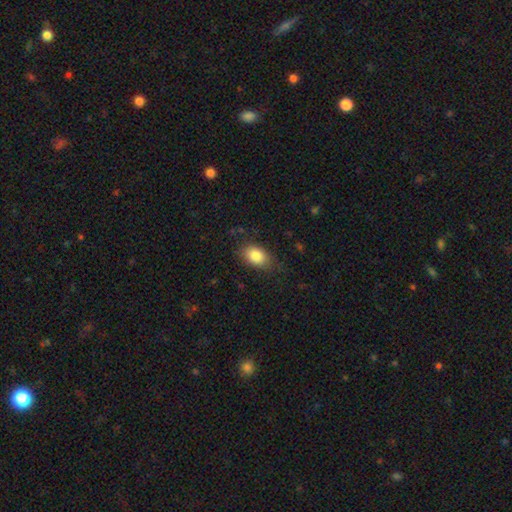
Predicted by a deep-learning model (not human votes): The model was most divided on "merging": none: 76%, minor disturbance: 18%, major disturbance: 5%, merger: 1%. More confident: how rounded — in between (85%); smooth or featured — smooth (85%).